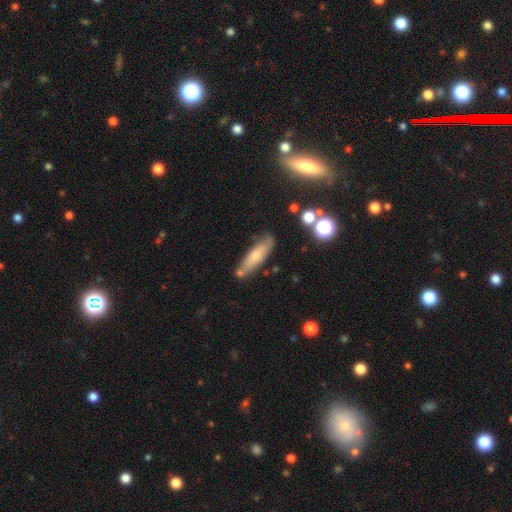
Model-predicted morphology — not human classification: Smooth or featured? Predicted: smooth (p=0.64). How rounded? Predicted: cigar-shaped (p=0.67). Merging? Predicted: none (p=0.69).